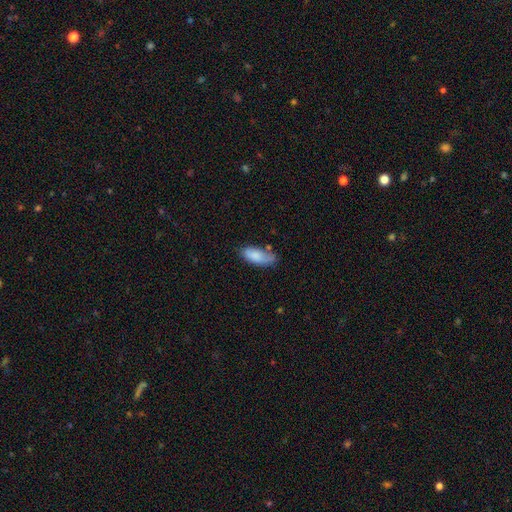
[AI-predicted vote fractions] Smooth or featured? Predicted: smooth (p=0.82). How rounded? Predicted: in between (p=0.81). Merging? Predicted: none (p=0.54).